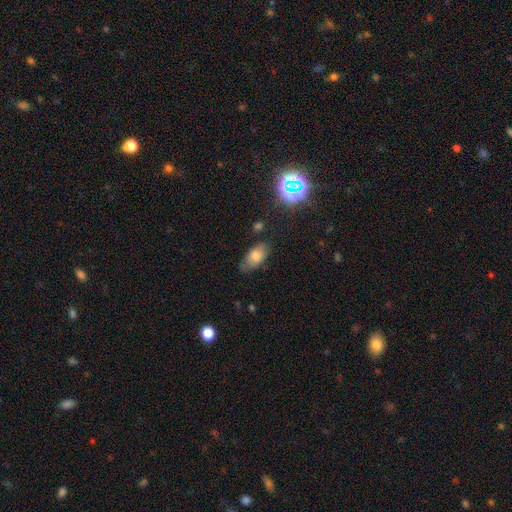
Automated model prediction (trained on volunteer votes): This is likely a smooth galaxy (71%). How rounded: clearly in between (91%). Merging: likely none (68%).